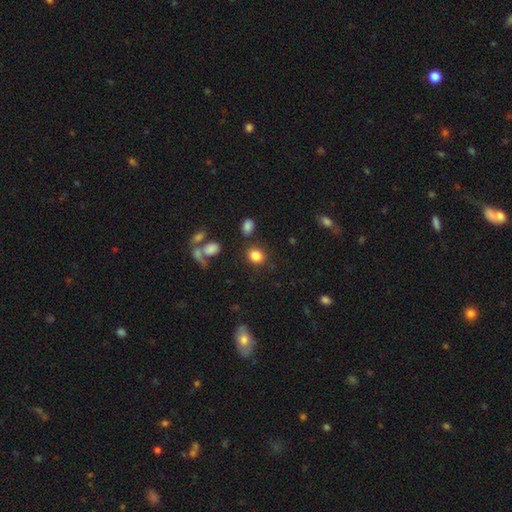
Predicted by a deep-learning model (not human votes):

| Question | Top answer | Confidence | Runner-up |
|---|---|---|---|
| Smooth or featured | smooth | 84% | star or artifact (11%) |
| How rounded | round | 59% | in between (40%) |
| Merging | none | 79% | minor disturbance (11%) |